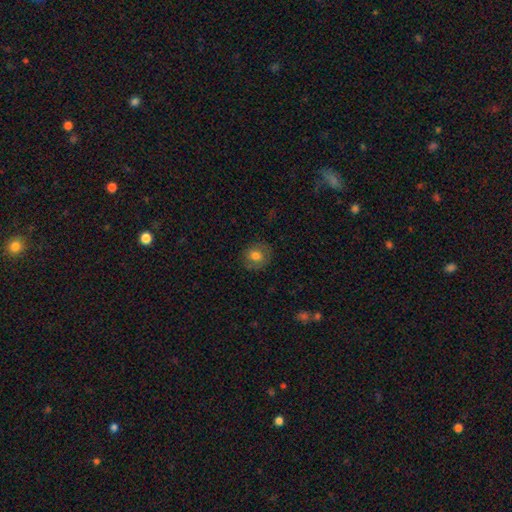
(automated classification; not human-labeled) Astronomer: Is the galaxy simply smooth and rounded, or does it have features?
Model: smooth — 74%.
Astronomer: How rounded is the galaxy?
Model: round — 77%.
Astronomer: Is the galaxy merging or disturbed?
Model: none — 83%.